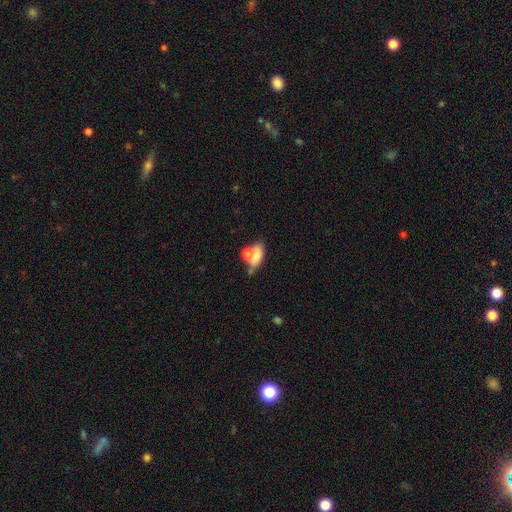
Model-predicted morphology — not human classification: A smooth galaxy with no disk features (66%) that is in between round and cigar-shaped (79%). Merging: merger (43%).